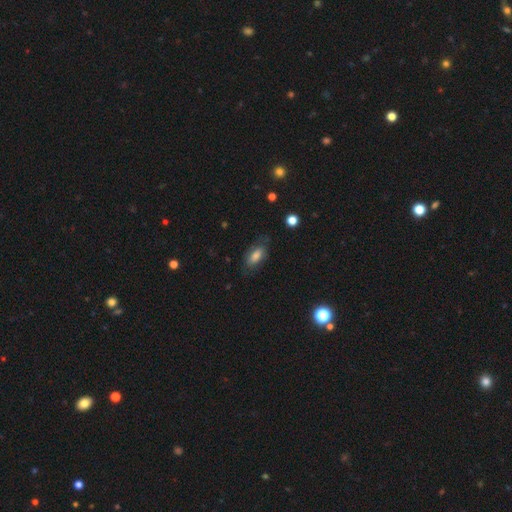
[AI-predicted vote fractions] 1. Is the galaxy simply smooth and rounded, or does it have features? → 71% smooth, 20% featured or disk, 9% star or artifact.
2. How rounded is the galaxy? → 86% in between, 10% cigar-shaped, 4% round.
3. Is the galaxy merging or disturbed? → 71% none, 20% minor disturbance, 7% major disturbance, 1% merger.